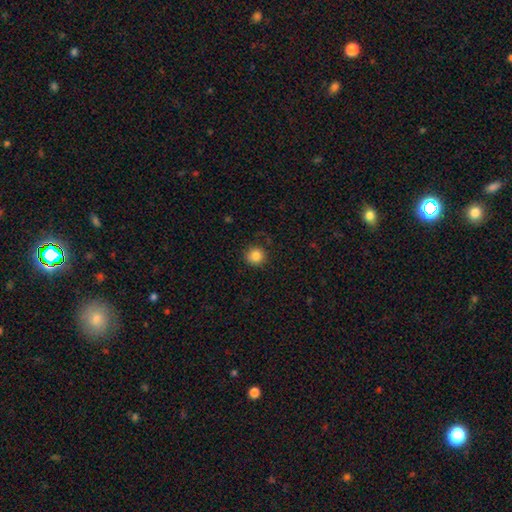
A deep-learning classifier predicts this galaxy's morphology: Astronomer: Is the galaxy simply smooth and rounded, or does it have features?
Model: smooth — 85%.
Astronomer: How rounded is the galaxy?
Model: round — 93%.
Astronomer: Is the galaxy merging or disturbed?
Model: none — 88%.